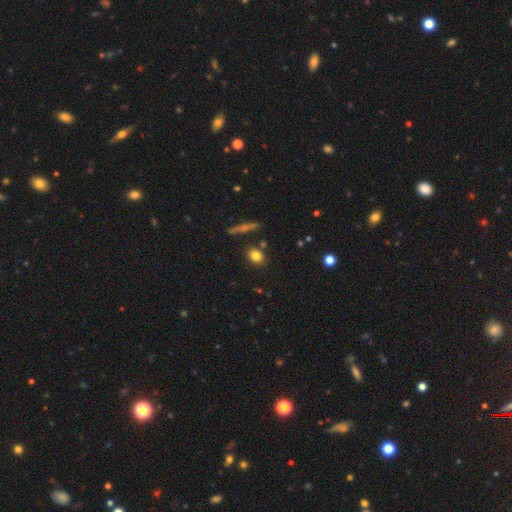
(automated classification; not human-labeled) smooth_or_featured: smooth (p=0.80) [alt: star or artifact p=0.10]
how_rounded: in between (p=0.55) [alt: round p=0.40]
merging: none (p=0.80) [alt: minor disturbance p=0.11]